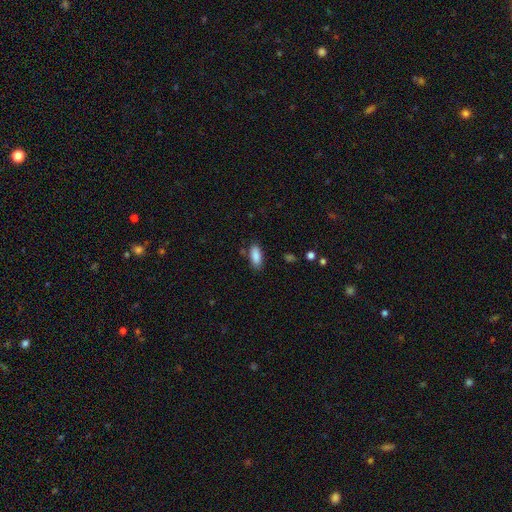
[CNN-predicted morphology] The model was most divided on "merging": none: 82%, minor disturbance: 13%, major disturbance: 3%, merger: 2%. More confident: smooth or featured — smooth (88%); how rounded — in between (84%).